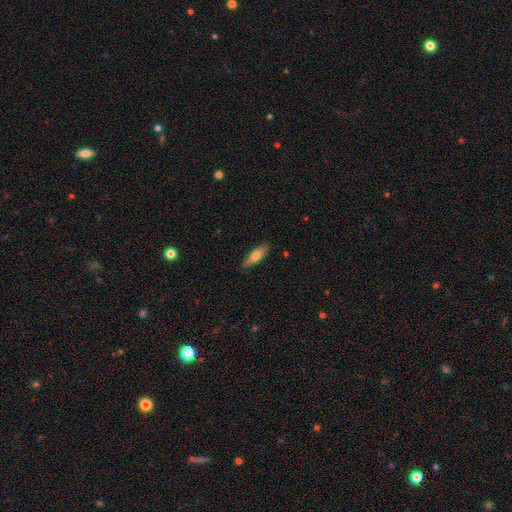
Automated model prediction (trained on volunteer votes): Overall: smooth (70%). How rounded: in between (56%; cigar-shaped 42%). Merging: none (86%).